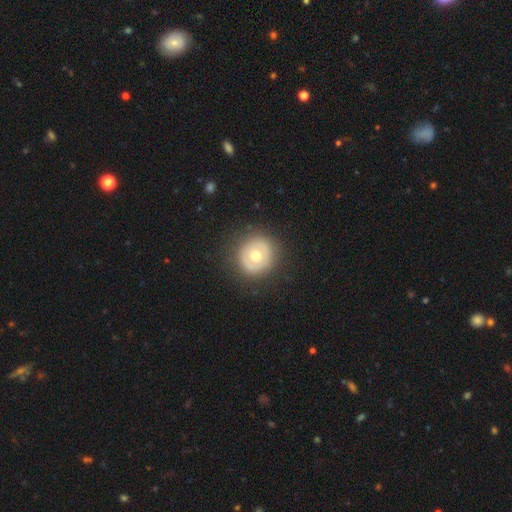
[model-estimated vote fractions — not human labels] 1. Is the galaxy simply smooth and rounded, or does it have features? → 52% smooth, 41% featured or disk, 7% star or artifact.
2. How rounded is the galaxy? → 93% round, 6% in between, 1% cigar-shaped.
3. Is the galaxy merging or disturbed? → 86% none, 9% minor disturbance, 4% major disturbance, 1% merger.